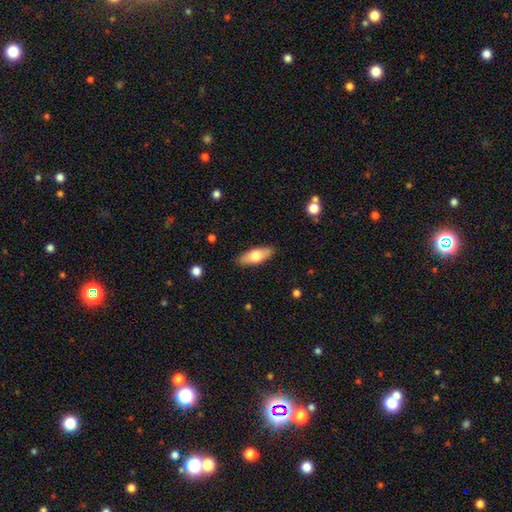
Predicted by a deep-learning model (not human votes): smooth-or-featured: smooth: 60% | featured or disk: 35% | star or artifact: 6%
  how-rounded: in between: 69% | cigar-shaped: 28% | round: 3%
  merging: none: 87% | minor disturbance: 10% | major disturbance: 2% | merger: 1%